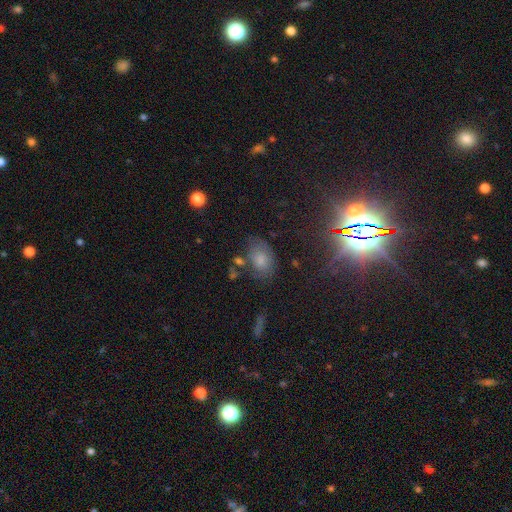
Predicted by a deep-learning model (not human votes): Smooth or featured: star or artifact — 53% (smooth — 30%)